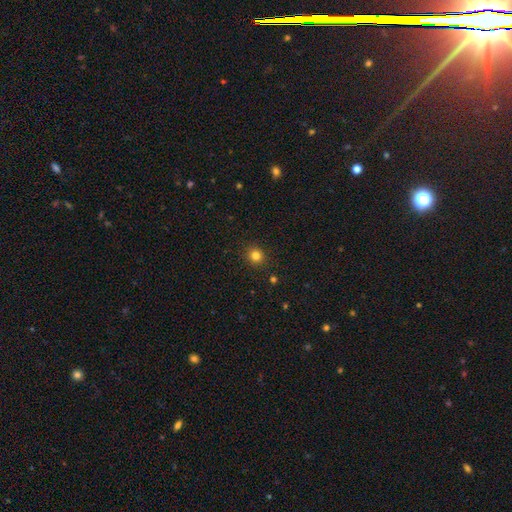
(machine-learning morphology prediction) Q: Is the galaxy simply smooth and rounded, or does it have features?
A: smooth — 81%.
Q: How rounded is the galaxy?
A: round — 88%.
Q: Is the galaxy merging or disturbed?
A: none — 91%.